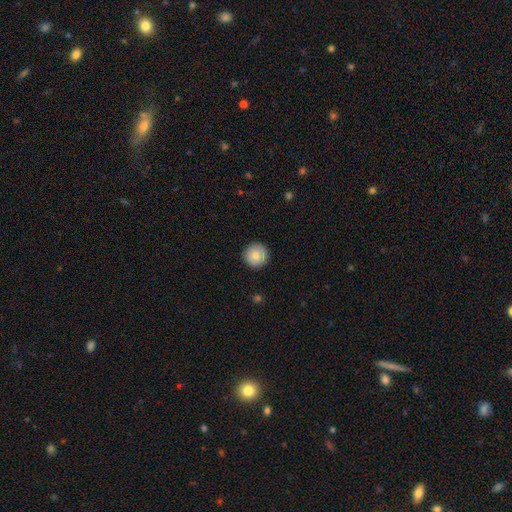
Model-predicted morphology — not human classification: This appears to be a smooth galaxy with no disk features (80%) that is round (96%). Merging: none (91%).